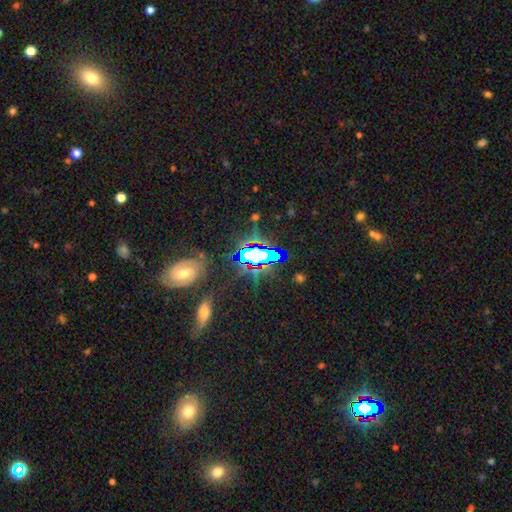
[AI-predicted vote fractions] A star or artifact, not a galaxy (64%).

Vote fractions:
- Smooth or featured? star or artifact: 64% / smooth: 19% / featured or disk: 17%